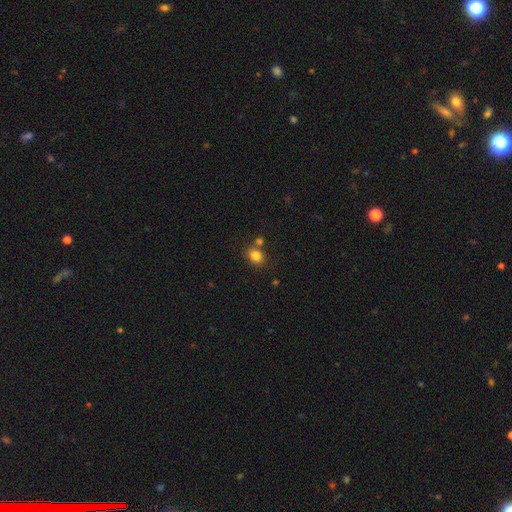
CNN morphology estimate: This appears to be a smooth galaxy with no disk features (82%) that is round (56%). Merging: none (70%).